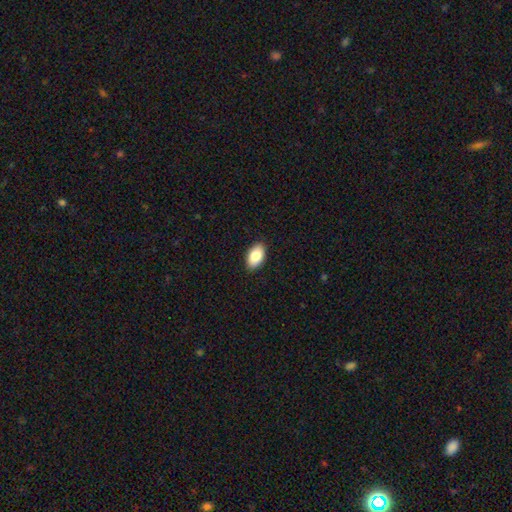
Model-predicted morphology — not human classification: smooth-or-featured: smooth: 84% | featured or disk: 9% | star or artifact: 7%
  how-rounded: in between: 94% | round: 5% | cigar-shaped: 1%
  merging: none: 89% | minor disturbance: 8% | major disturbance: 2% | merger: 1%